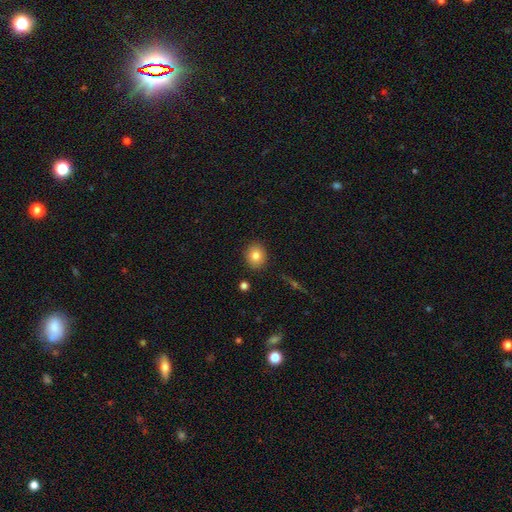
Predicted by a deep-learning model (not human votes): smooth_or_featured: smooth (p=0.80) [alt: featured or disk p=0.10]
how_rounded: round (p=0.74) [alt: in between p=0.25]
merging: none (p=0.89) [alt: minor disturbance p=0.07]